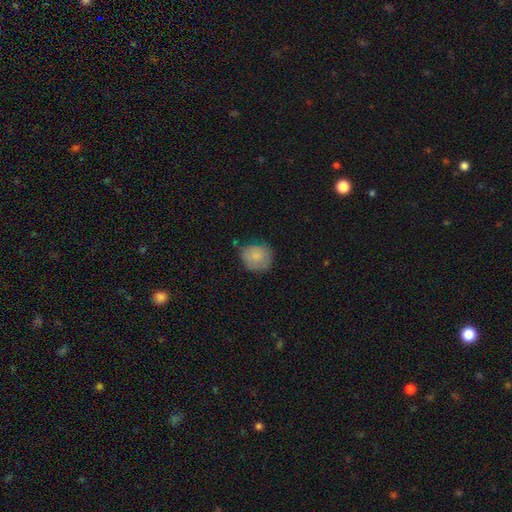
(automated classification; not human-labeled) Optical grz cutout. It shows a smooth galaxy with no disk features (79%) that is round (74%). Merging: none (59%).